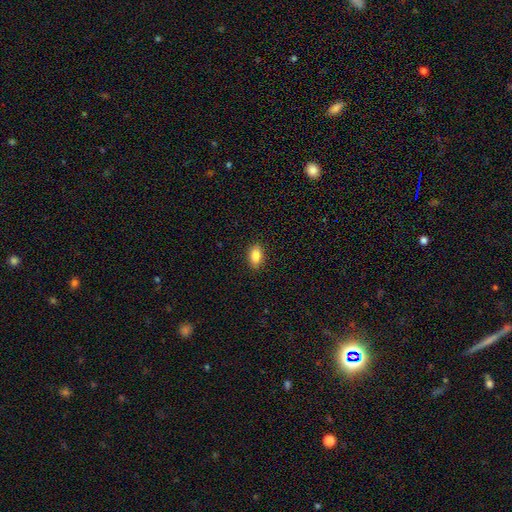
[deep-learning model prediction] Smooth or featured? Predicted: smooth (p=0.85). How rounded? Predicted: in between (p=0.88). Merging? Predicted: none (p=0.90).